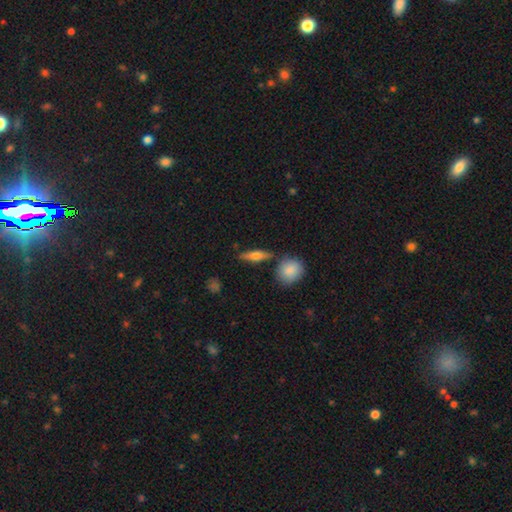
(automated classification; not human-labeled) Smooth or featured?
  - smooth: 50% *
  - featured or disk: 42%
  - star or artifact: 7%
How rounded?
  - cigar-shaped: 50% *
  - in between: 43%
  - round: 7%
Merging?
  - none: 80% *
  - minor disturbance: 11%
  - merger: 6%
  - major disturbance: 3%